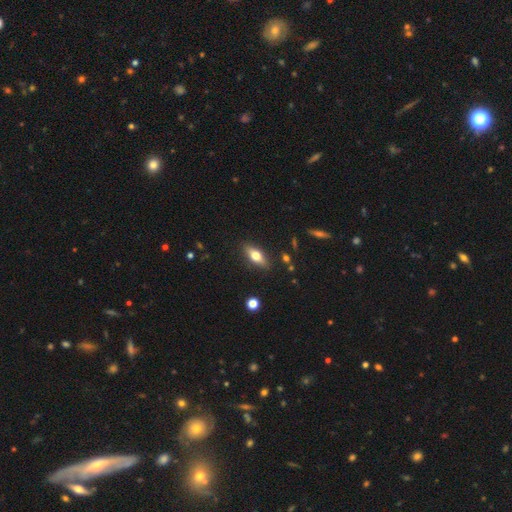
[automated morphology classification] A smooth galaxy with no disk features (56%) that is in between round and cigar-shaped (65%).

Vote fractions:
- Smooth or featured? smooth: 56% / featured or disk: 36% / star or artifact: 8%
- How rounded? in between: 65% / cigar-shaped: 30% / round: 5%
- Merging? none: 86% / minor disturbance: 10% / major disturbance: 2% / merger: 2%